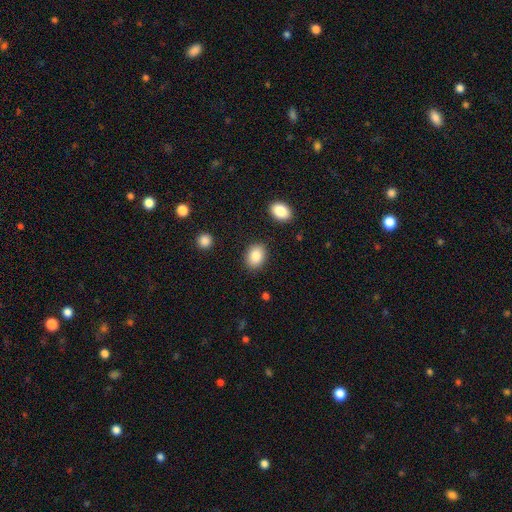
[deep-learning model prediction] A smooth galaxy with no disk features (86%) that is in between round and cigar-shaped (69%).

Vote fractions:
- Smooth or featured? smooth: 86% / star or artifact: 8% / featured or disk: 6%
- How rounded? in between: 69% / round: 30% / cigar-shaped: 1%
- Merging? none: 85% / minor disturbance: 9% / major disturbance: 3% / merger: 3%